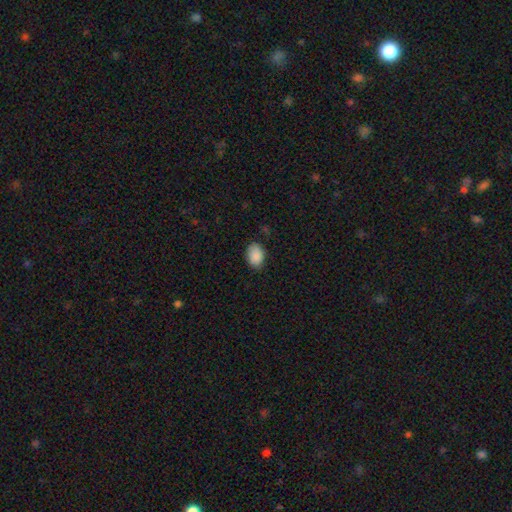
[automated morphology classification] The model was most divided on "merging": none: 80%, minor disturbance: 16%, major disturbance: 3%, merger: 1%. More confident: smooth or featured — smooth (89%); how rounded — in between (82%).